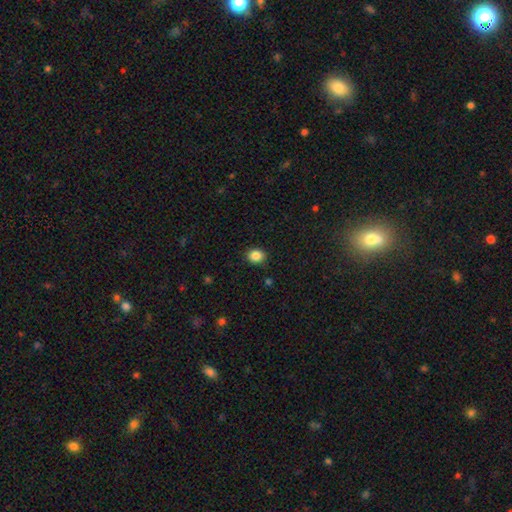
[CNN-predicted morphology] This appears to be a smooth galaxy with no disk features (86%) that is round (63%). Merging: none (89%).